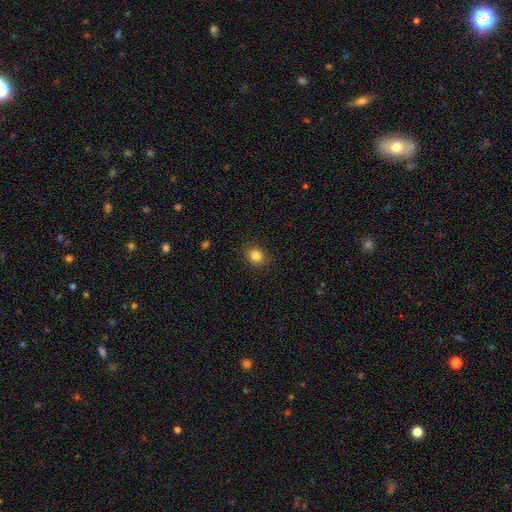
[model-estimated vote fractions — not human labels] Smooth or featured?
  - smooth: 84% *
  - star or artifact: 11%
  - featured or disk: 5%
How rounded?
  - round: 75% *
  - in between: 24%
  - cigar-shaped: 1%
Merging?
  - none: 87% *
  - minor disturbance: 10%
  - major disturbance: 3%
  - merger: 1%